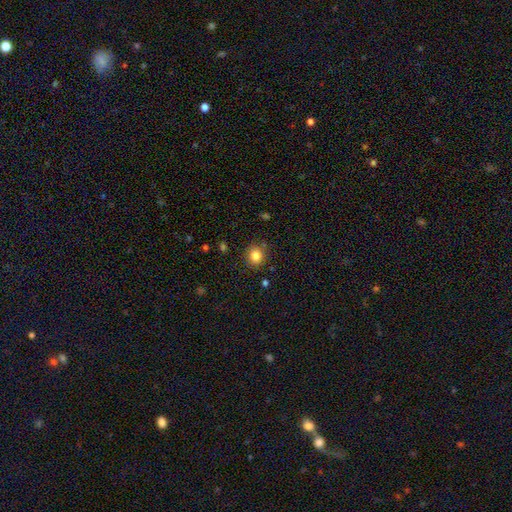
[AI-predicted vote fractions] Morphology: type=smooth (84%); roundness=round (75%); merging=none (85%).